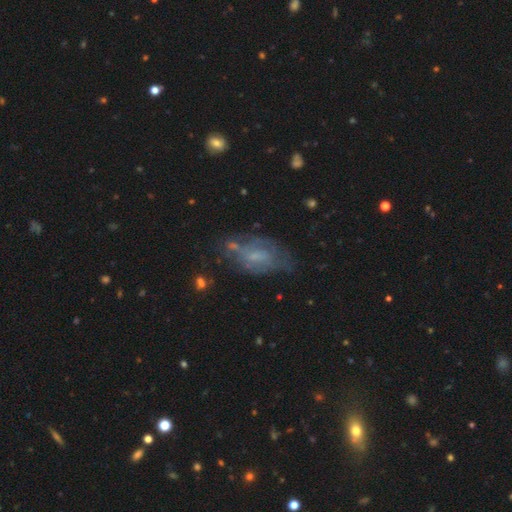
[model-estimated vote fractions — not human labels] Morphology: type=featured or disk (55%); edge-on=no (93%); bar=no (55%); spiral arms=yes (54%); bulge=small (44%); merging=none (49%).